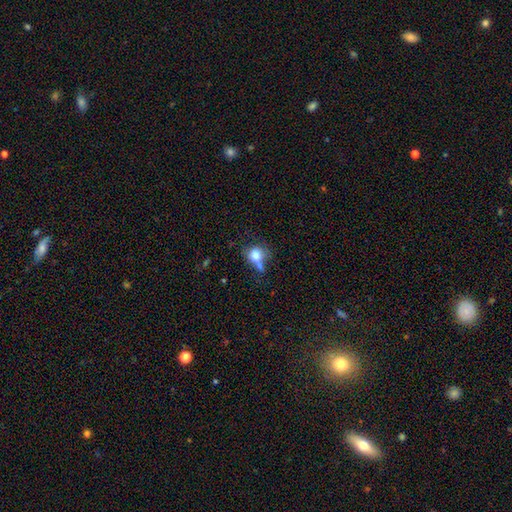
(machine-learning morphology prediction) Smooth or featured: smooth — 77% (featured or disk — 13%)
How rounded: round — 67% (in between — 32%)
Merging: none — 44% (merger — 28%)